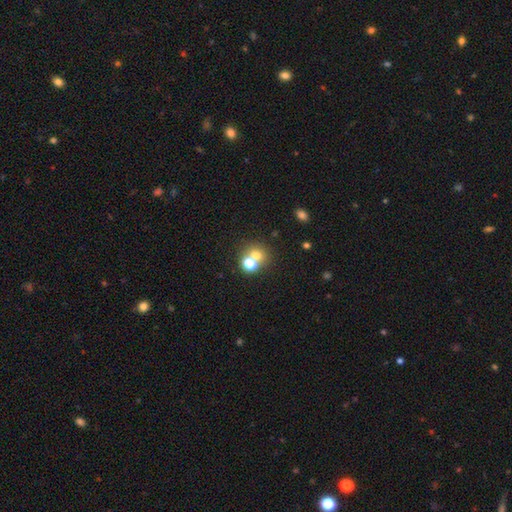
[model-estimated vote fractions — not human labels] Smooth or featured: smooth — 65% (star or artifact — 21%)
How rounded: round — 75% (in between — 24%)
Merging: none — 47% (merger — 42%)